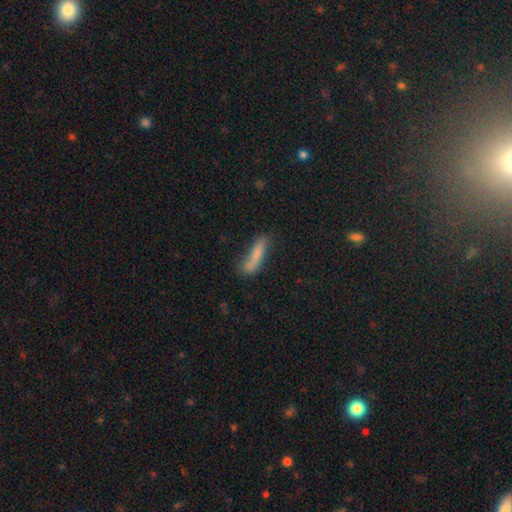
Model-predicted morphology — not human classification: Overall: smooth (75%). How rounded: cigar-shaped (74%). Merging: none (54%; minor disturbance 24%).